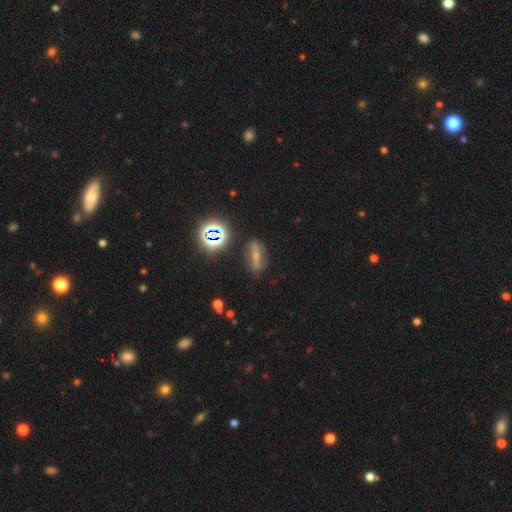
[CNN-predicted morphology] Smooth or featured?
  - featured or disk: 54% *
  - smooth: 24%
  - star or artifact: 23%
Edge-on disk?
  - no: 74% *
  - yes: 26%
Merging?
  - none: 79% *
  - minor disturbance: 13%
  - major disturbance: 5%
  - merger: 3%